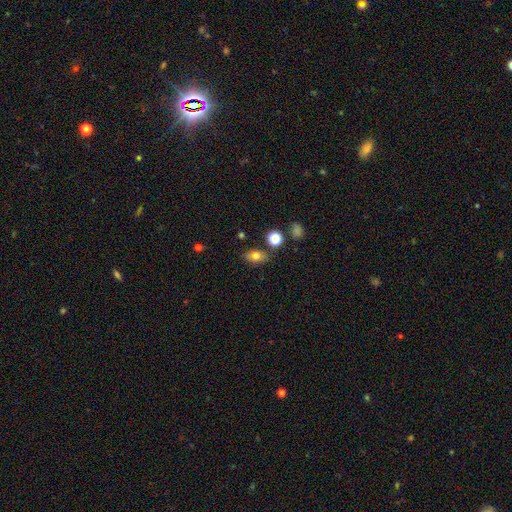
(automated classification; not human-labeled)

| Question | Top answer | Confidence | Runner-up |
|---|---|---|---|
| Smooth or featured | smooth | 75% | featured or disk (13%) |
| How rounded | in between | 78% | round (19%) |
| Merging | none | 80% | minor disturbance (12%) |